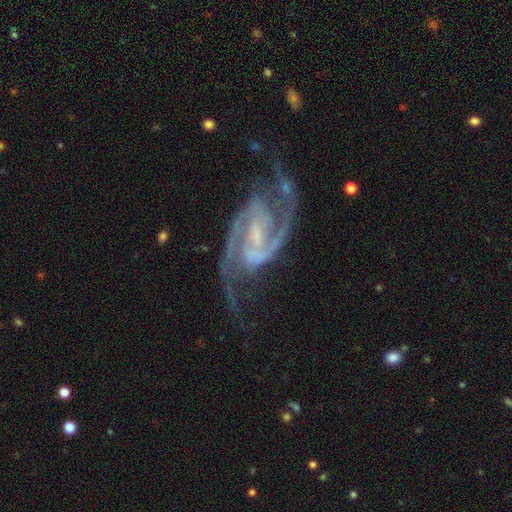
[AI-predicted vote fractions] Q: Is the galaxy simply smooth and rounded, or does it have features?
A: featured or disk — 92%.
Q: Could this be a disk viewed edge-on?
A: no — 97%.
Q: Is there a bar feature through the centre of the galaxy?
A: weak — 48%.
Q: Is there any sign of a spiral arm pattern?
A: yes — 98%.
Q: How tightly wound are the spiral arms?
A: medium — 56%.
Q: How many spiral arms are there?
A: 2 — 90%.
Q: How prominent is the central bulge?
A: small — 50%.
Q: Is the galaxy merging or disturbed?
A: none — 62%.